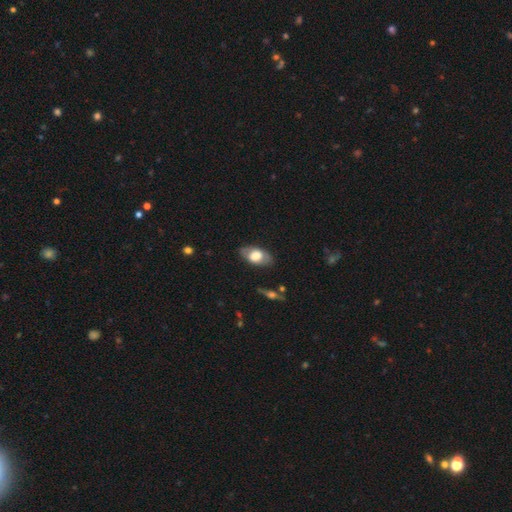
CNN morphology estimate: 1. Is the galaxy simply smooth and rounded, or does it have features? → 60% smooth, 34% featured or disk, 7% star or artifact.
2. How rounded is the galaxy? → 90% in between, 7% round, 3% cigar-shaped.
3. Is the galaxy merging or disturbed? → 78% none, 16% minor disturbance, 4% major disturbance, 1% merger.